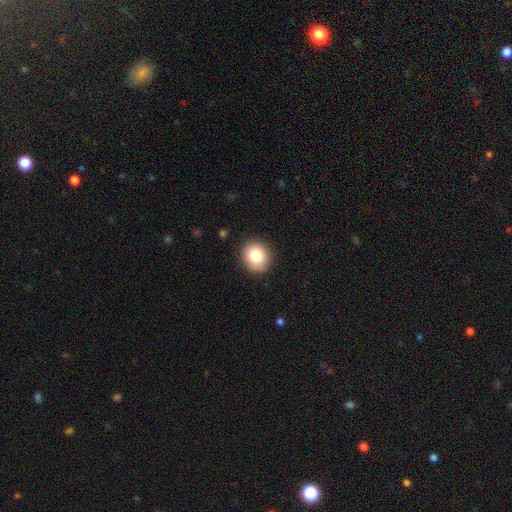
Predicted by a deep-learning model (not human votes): smooth-or-featured: smooth: 84% | star or artifact: 9% | featured or disk: 7%
  how-rounded: round: 80% | in between: 19% | cigar-shaped: 1%
  merging: none: 89% | minor disturbance: 8% | major disturbance: 2% | merger: 1%